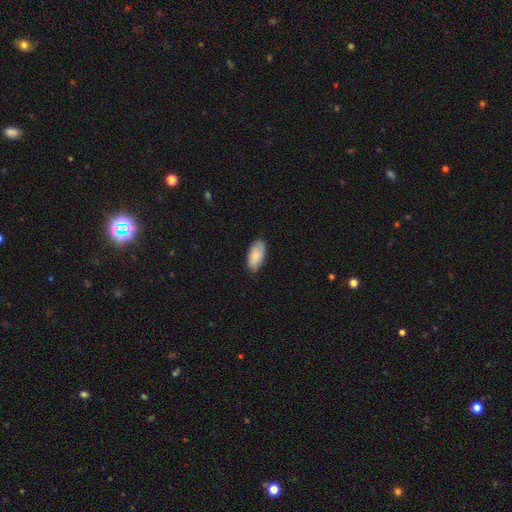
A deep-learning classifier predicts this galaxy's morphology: smooth 78%, featured or disk 16%, star or artifact 6%. Down the decision tree: how rounded — in between (93%); merging — none (79%).